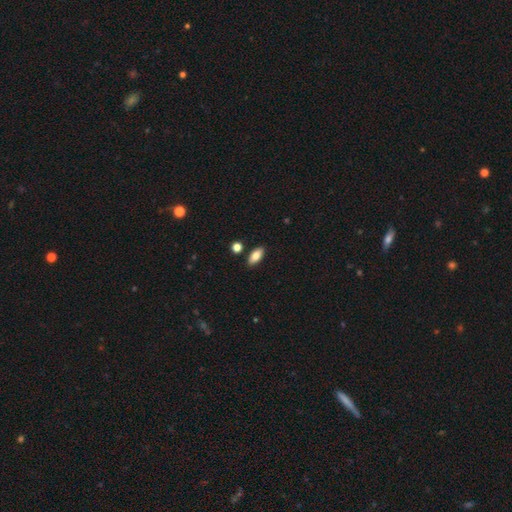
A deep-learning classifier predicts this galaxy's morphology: Q: Smooth or featured?
A: smooth (83%); runner-up: featured or disk (10%)
Q: How rounded?
A: in between (89%); runner-up: cigar-shaped (8%)
Q: Merging?
A: none (86%); runner-up: minor disturbance (9%)